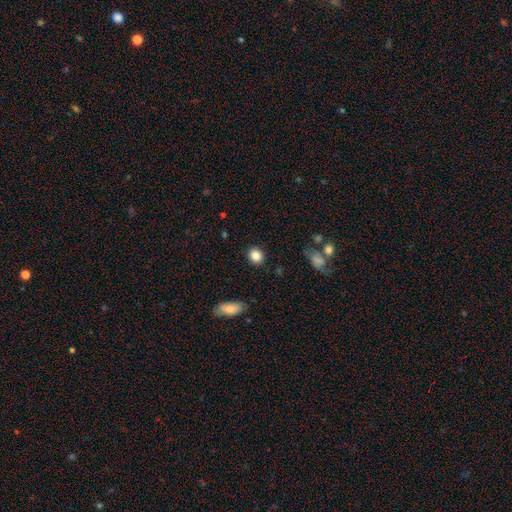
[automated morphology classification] A smooth galaxy with no disk features (85%) that is round (71%).

Vote fractions:
- Smooth or featured? smooth: 85% / star or artifact: 9% / featured or disk: 6%
- How rounded? round: 71% / in between: 27% / cigar-shaped: 1%
- Merging? none: 88% / minor disturbance: 8% / major disturbance: 2% / merger: 1%